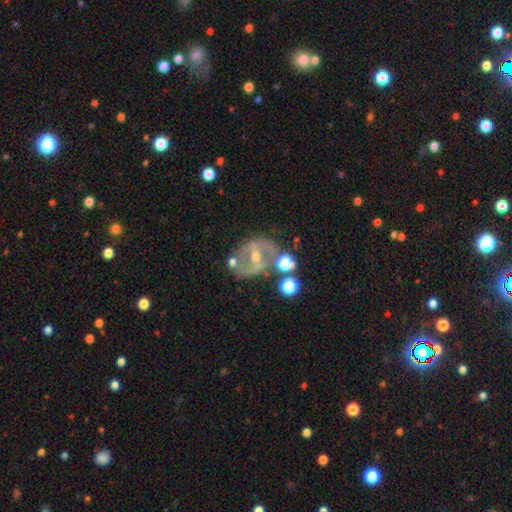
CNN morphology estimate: This appears to be a featured or disk galaxy (81%) with a strong bar (50%), 2 (85%) medium (47%) spiral arms (81%) and a small central bulge (54%). Merging: none (65%).